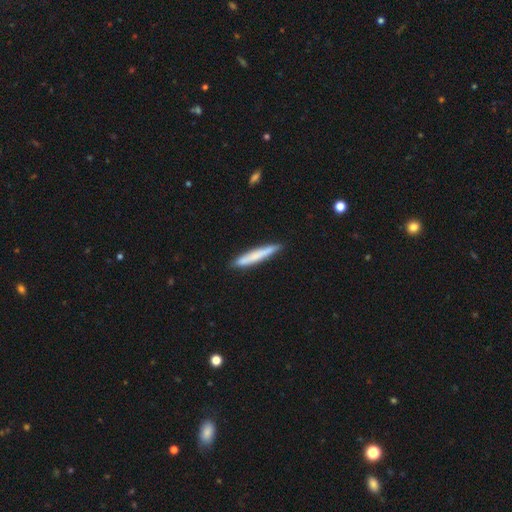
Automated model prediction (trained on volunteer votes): smooth 71%, featured or disk 24%, star or artifact 6%. Down the decision tree: how rounded — cigar-shaped (95%); merging — none (88%).